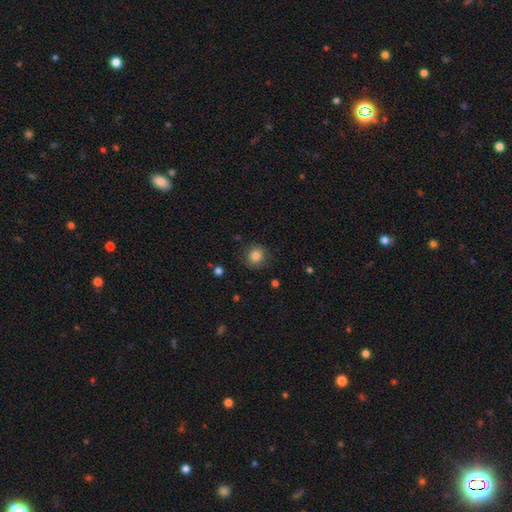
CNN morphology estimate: smooth_or_featured: smooth (p=0.83) [alt: star or artifact p=0.11]
how_rounded: round (p=0.91) [alt: in between p=0.08]
merging: none (p=0.86) [alt: minor disturbance p=0.10]